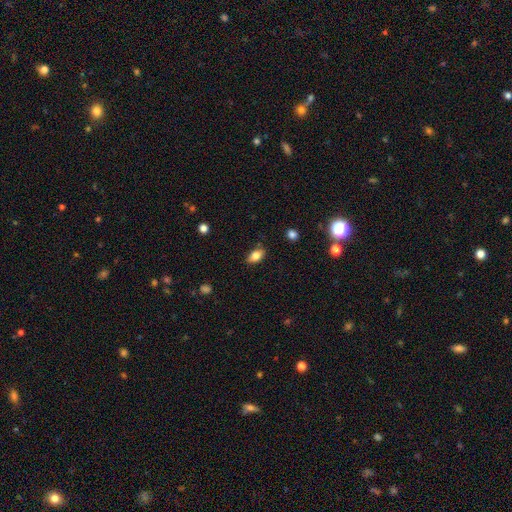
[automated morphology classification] Overall: smooth (80%). How rounded: in between (89%). Merging: none (83%).